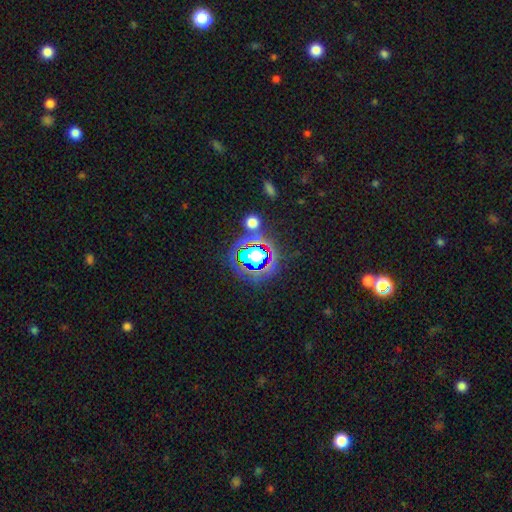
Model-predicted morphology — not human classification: Q: Smooth or featured?
A: star or artifact (59%); runner-up: smooth (26%)